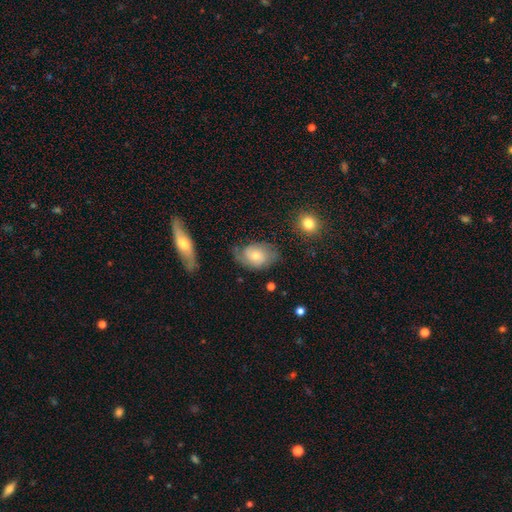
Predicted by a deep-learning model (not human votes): This appears to be a featured or disk galaxy (52%). Merging: none (55%).